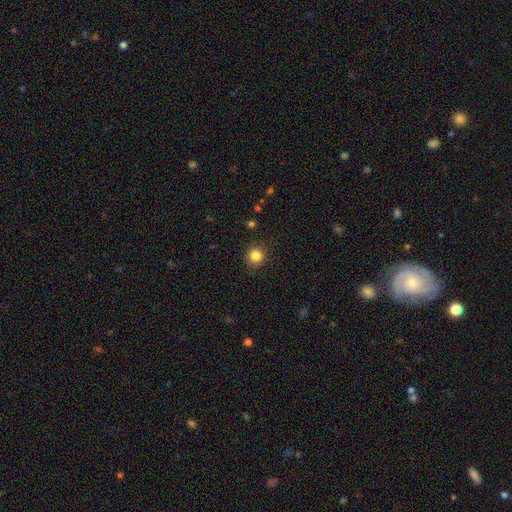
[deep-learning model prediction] This appears to be a smooth galaxy with no disk features (84%) that is round (92%). Merging: none (89%).